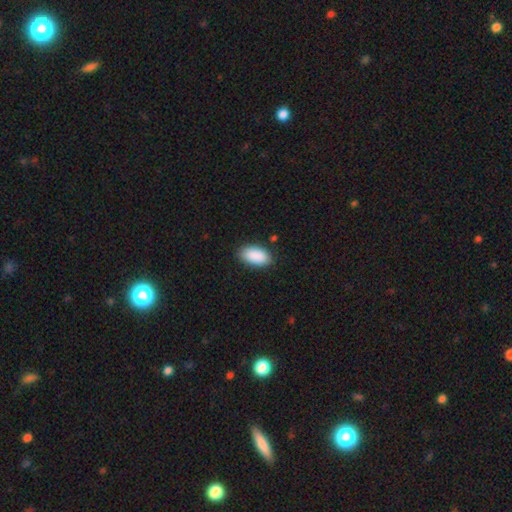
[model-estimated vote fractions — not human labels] Morphology: type=smooth (91%); roundness=in between (95%); merging=none (86%).